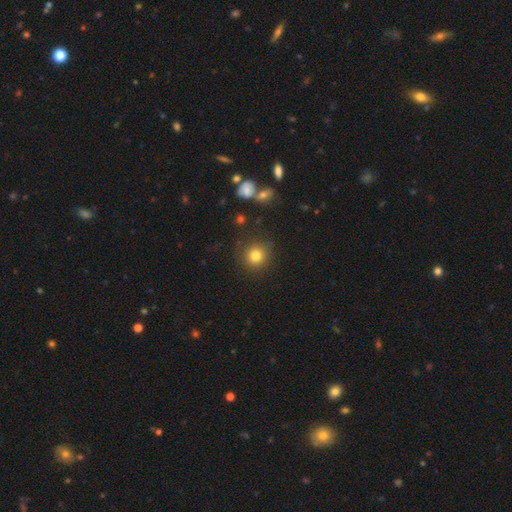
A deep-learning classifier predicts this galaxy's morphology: Smooth or featured?
  - smooth: 81% *
  - star or artifact: 12%
  - featured or disk: 7%
How rounded?
  - round: 91% *
  - in between: 8%
  - cigar-shaped: 1%
Merging?
  - none: 85% *
  - minor disturbance: 9%
  - major disturbance: 4%
  - merger: 2%